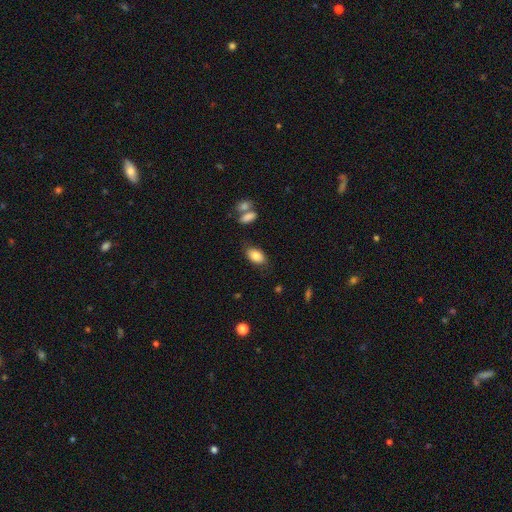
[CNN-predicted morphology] A smooth galaxy with no disk features (84%) that is in between round and cigar-shaped (91%).

Vote fractions:
- Smooth or featured? smooth: 84% / featured or disk: 8% / star or artifact: 8%
- How rounded? in between: 91% / round: 7% / cigar-shaped: 2%
- Merging? none: 79% / minor disturbance: 13% / major disturbance: 4% / merger: 4%